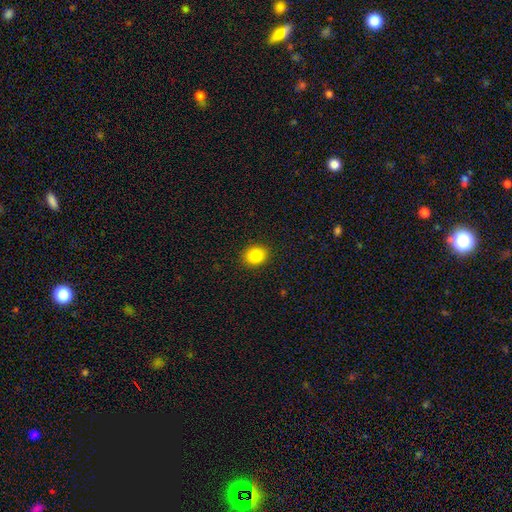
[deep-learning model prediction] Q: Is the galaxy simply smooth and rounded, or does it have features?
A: smooth — 85%.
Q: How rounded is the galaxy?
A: round — 63%.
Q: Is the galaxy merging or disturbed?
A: none — 91%.